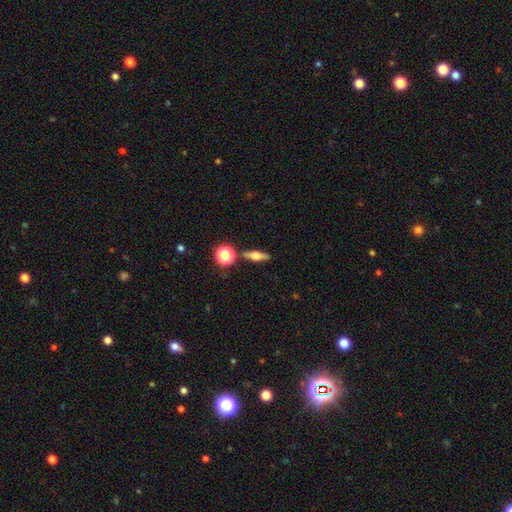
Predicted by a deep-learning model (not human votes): Q: Smooth or featured?
A: smooth (45%); runner-up: featured or disk (44%)
Q: Merging?
A: none (84%); runner-up: minor disturbance (8%)